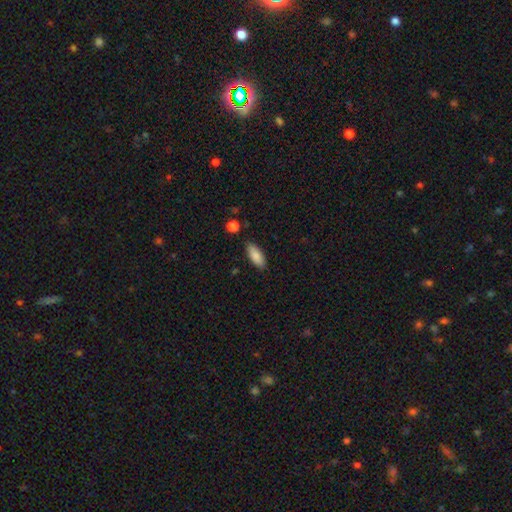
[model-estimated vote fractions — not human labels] Q: Smooth or featured?
A: smooth (87%); runner-up: featured or disk (7%)
Q: How rounded?
A: in between (79%); runner-up: cigar-shaped (19%)
Q: Merging?
A: none (85%); runner-up: minor disturbance (11%)